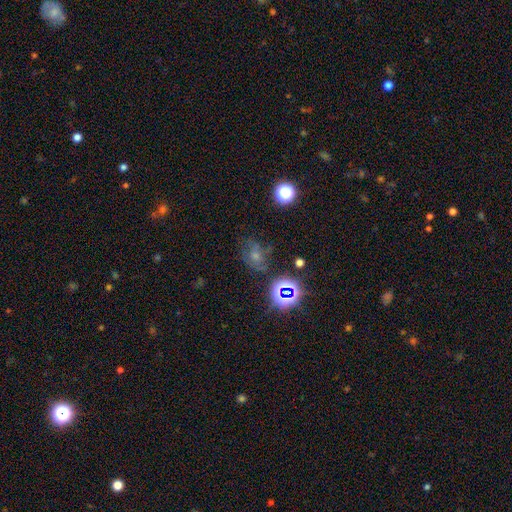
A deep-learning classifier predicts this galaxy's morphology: Smooth or featured? smooth (44%)
Merging? none (56%)